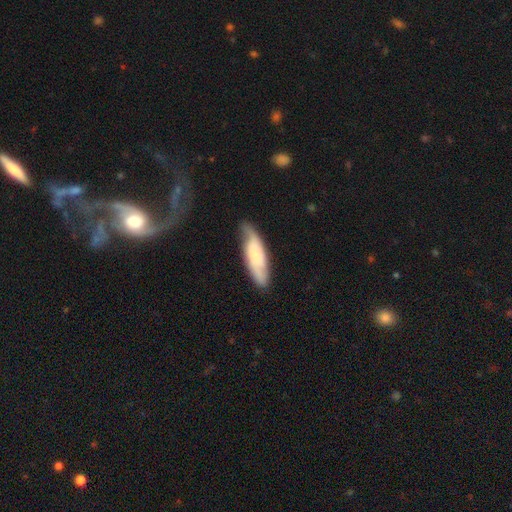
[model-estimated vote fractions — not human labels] smooth 52%, featured or disk 42%, star or artifact 6%. Down the decision tree: how rounded — cigar-shaped (51%); merging — none (68%).